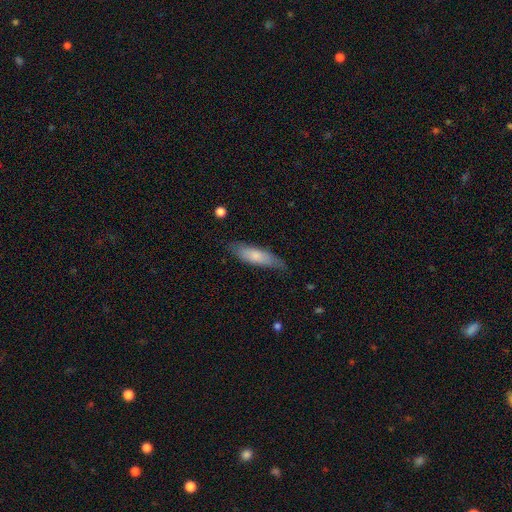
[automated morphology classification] Q: Smooth or featured?
A: smooth (74%); runner-up: featured or disk (20%)
Q: How rounded?
A: cigar-shaped (56%); runner-up: in between (43%)
Q: Merging?
A: none (74%); runner-up: minor disturbance (20%)